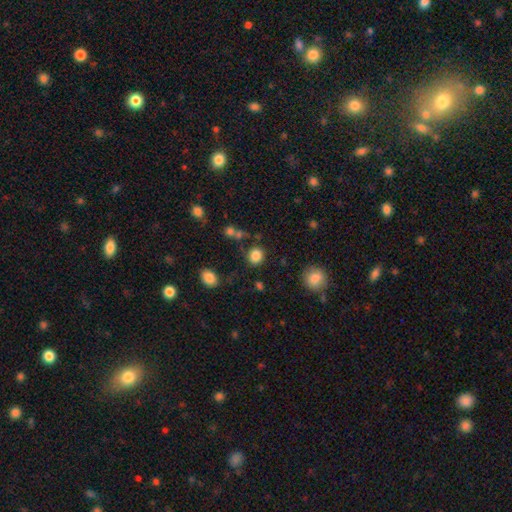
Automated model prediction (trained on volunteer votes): This appears to be a smooth galaxy with no disk features (84%) that is round (83%). Merging: none (81%).